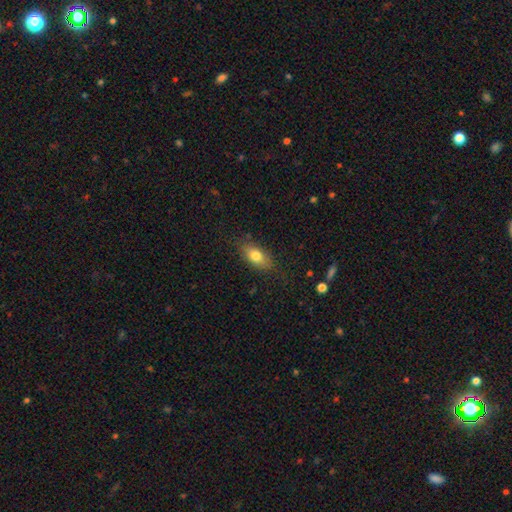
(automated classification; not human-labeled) A smooth galaxy with no disk features (78%) that is in between round and cigar-shaped (85%). Merging: none (79%).